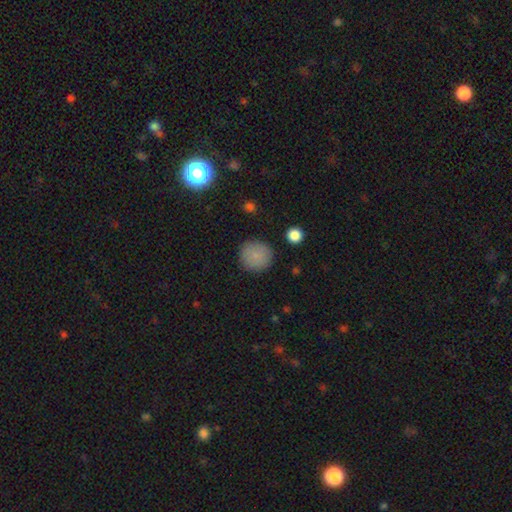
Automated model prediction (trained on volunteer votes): A smooth galaxy with no disk features (85%) that is round (94%).

Vote fractions:
- Smooth or featured? smooth: 85% / star or artifact: 9% / featured or disk: 6%
- How rounded? round: 94% / in between: 5% / cigar-shaped: 1%
- Merging? none: 87% / minor disturbance: 9% / major disturbance: 3% / merger: 2%